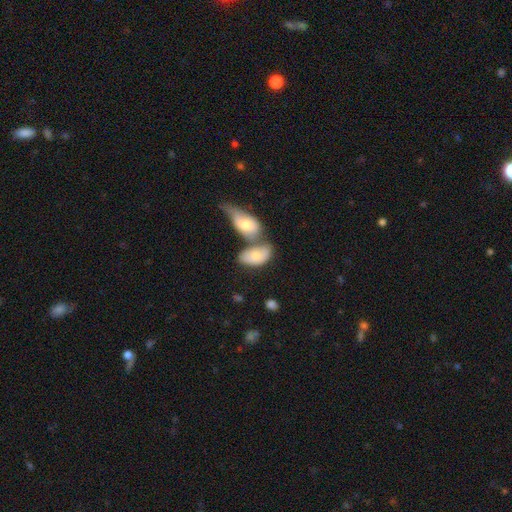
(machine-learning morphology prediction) Smooth or featured?
  - smooth: 69% *
  - featured or disk: 25%
  - star or artifact: 6%
How rounded?
  - in between: 92% *
  - round: 5%
  - cigar-shaped: 3%
Merging?
  - merger: 57% *
  - none: 22%
  - minor disturbance: 13%
  - major disturbance: 8%